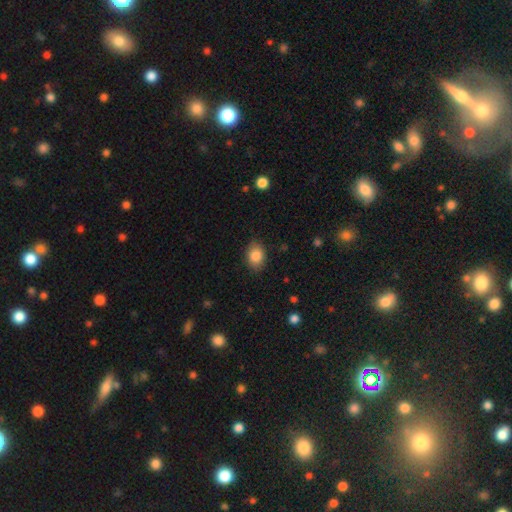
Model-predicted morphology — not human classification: smooth 85%, star or artifact 8%, featured or disk 7%. Down the decision tree: how rounded — in between (72%); merging — none (84%).